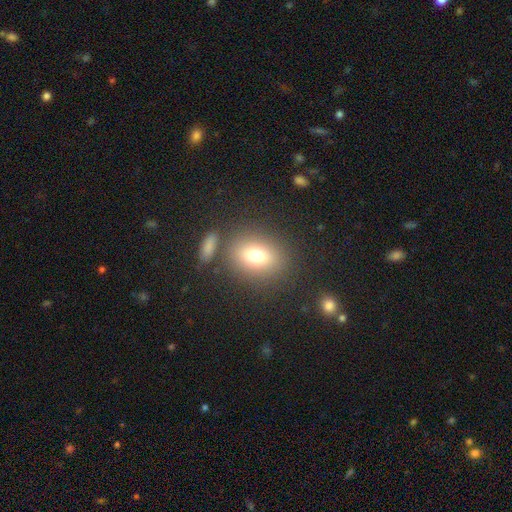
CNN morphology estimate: Overall: smooth (75%). How rounded: in between (57%; round 41%). Merging: none (78%).